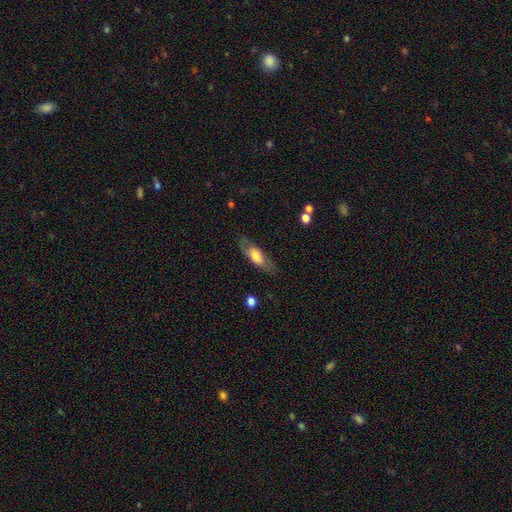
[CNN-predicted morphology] Smooth or featured?
  - smooth: 53% *
  - featured or disk: 40%
  - star or artifact: 7%
How rounded?
  - in between: 65% *
  - cigar-shaped: 32%
  - round: 3%
Merging?
  - none: 74% *
  - minor disturbance: 17%
  - major disturbance: 8%
  - merger: 2%